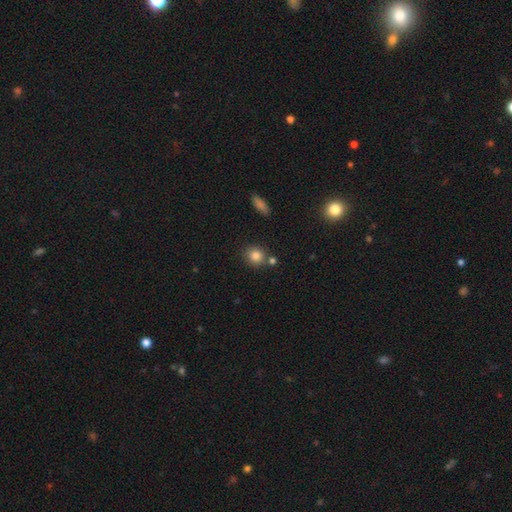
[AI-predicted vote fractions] Smooth or featured: smooth — 84% (star or artifact — 10%)
How rounded: round — 81% (in between — 18%)
Merging: none — 74% (merger — 12%)